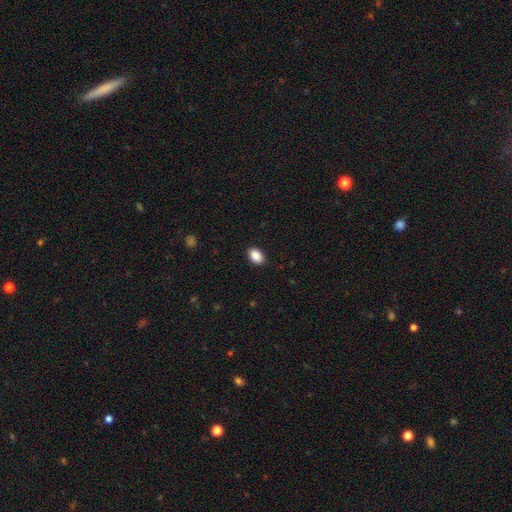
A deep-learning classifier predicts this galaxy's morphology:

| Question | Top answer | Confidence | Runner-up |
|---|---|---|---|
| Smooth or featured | smooth | 88% | star or artifact (8%) |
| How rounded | in between | 84% | round (14%) |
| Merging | none | 90% | minor disturbance (7%) |